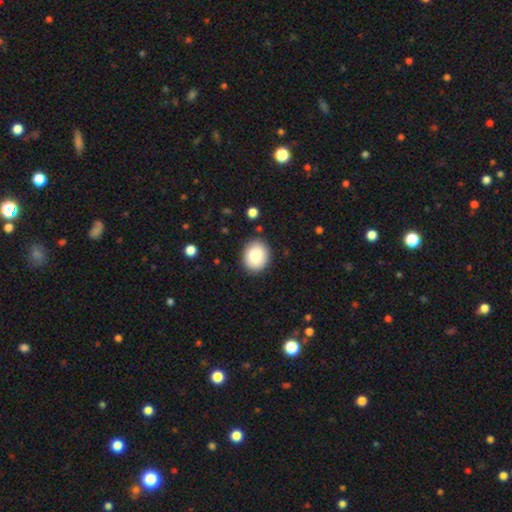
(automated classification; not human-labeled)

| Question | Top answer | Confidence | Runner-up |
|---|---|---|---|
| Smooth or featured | smooth | 86% | star or artifact (8%) |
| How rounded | round | 59% | in between (40%) |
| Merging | none | 86% | minor disturbance (10%) |